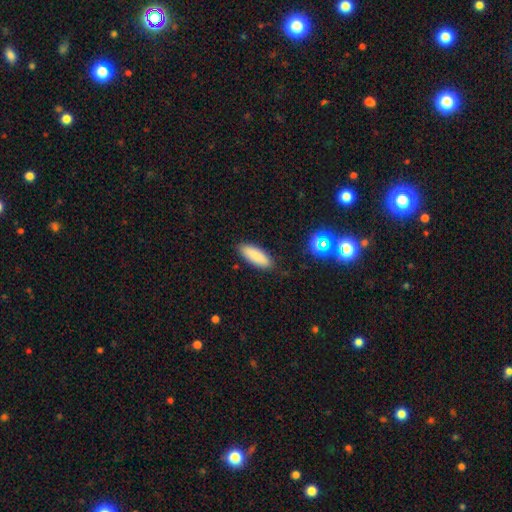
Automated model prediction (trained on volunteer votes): Q: Smooth or featured?
A: smooth (86%); runner-up: star or artifact (7%)
Q: How rounded?
A: in between (70%); runner-up: cigar-shaped (29%)
Q: Merging?
A: none (86%); runner-up: minor disturbance (10%)